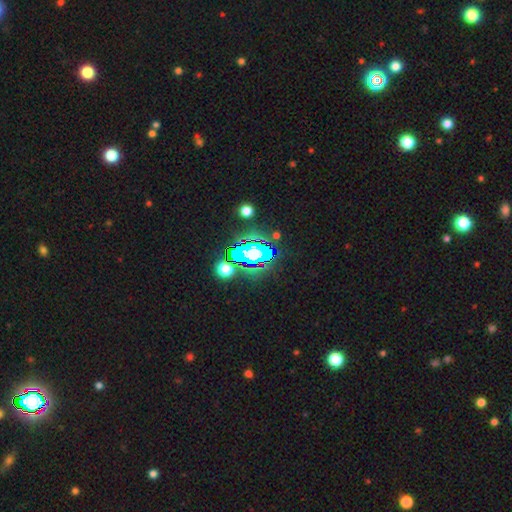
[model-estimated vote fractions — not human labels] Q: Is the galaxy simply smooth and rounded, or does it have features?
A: star or artifact — 61%.